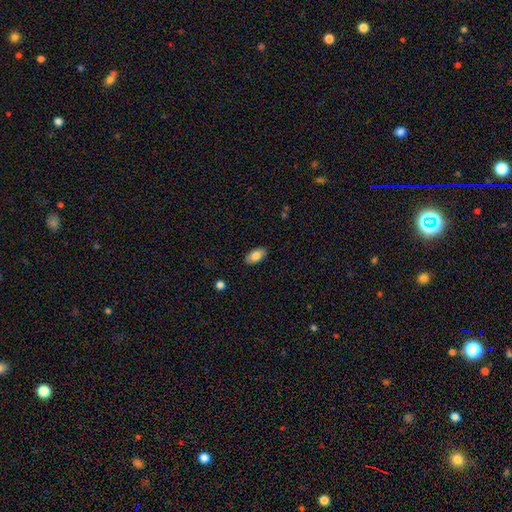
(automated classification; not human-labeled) This is clearly a smooth galaxy (81%). How rounded: clearly in between (93%). Merging: clearly none (87%).